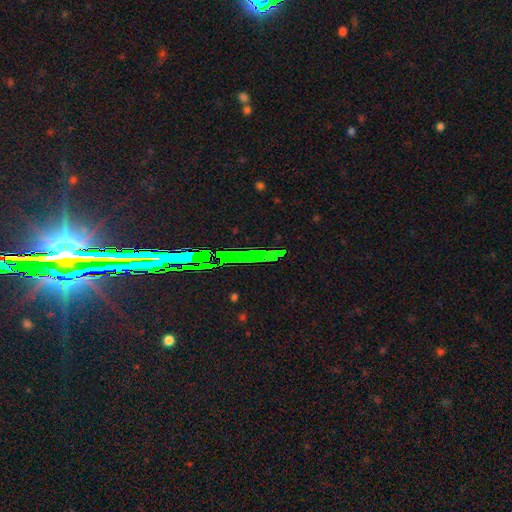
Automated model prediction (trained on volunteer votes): smooth-or-featured: star or artifact: 75% | smooth: 13% | featured or disk: 12%